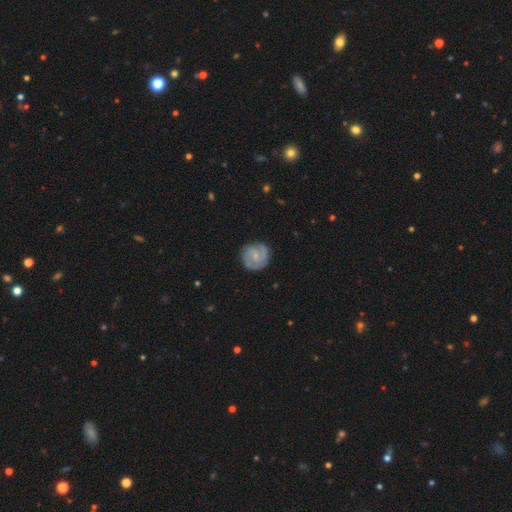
featured or disk 68%, smooth 25%, star or artifact 8%. Down the decision tree: edge-on disk — no (93%); bar — weak (56%); spiral arms — yes (100%); spiral arm count — 2 (64%); spiral winding — tight (44%); bulge size — small (76%); merging — none (78%).